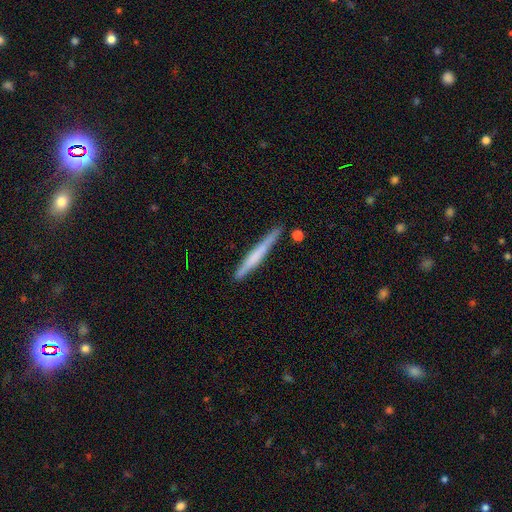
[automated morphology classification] smooth-or-featured: smooth: 53% | featured or disk: 41% | star or artifact: 6%
  how-rounded: cigar-shaped: 97% | in between: 2% | round: 1%
  merging: none: 83% | minor disturbance: 12% | merger: 3% | major disturbance: 2%